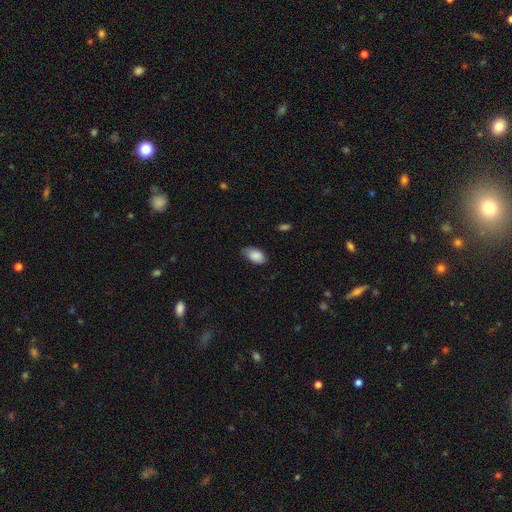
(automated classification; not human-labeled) A smooth galaxy with no disk features (86%) that is in between round and cigar-shaped (93%). Merging: none (69%).